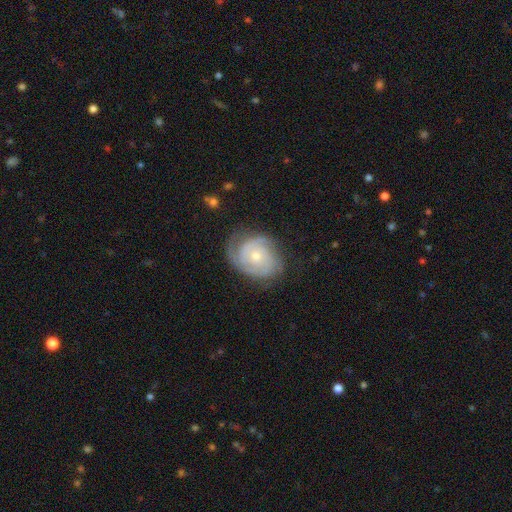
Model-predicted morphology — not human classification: Smooth or featured: featured or disk — 83% (smooth — 11%)
Edge-on disk: no — 98% (yes — 2%)
Bar: no — 77% (weak — 19%)
Spiral arms: yes — 96% (no — 4%)
Spiral winding: tight — 65% (medium — 28%)
Spiral arm count: 3 — 40% (2 — 21%)
Bulge size: small — 54% (moderate — 42%)
Merging: none — 71% (minor disturbance — 21%)